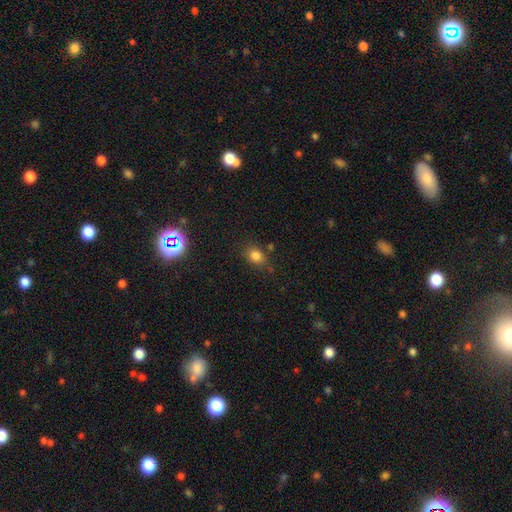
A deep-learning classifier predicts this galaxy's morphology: Overall: smooth (80%). How rounded: round (50%; in between 49%). Merging: none (70%).